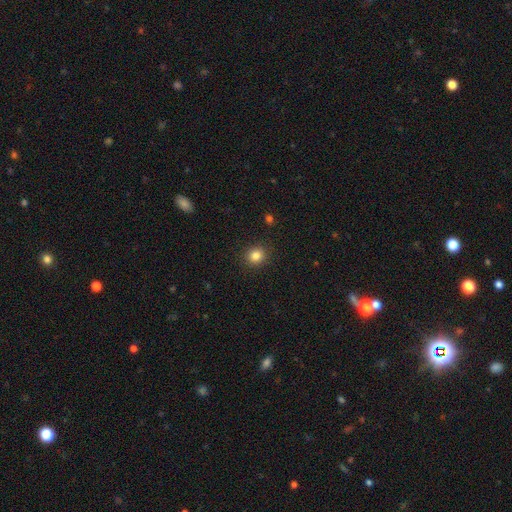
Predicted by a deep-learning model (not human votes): Smooth or featured? smooth (83%)
How rounded? round (81%)
Merging? none (90%)